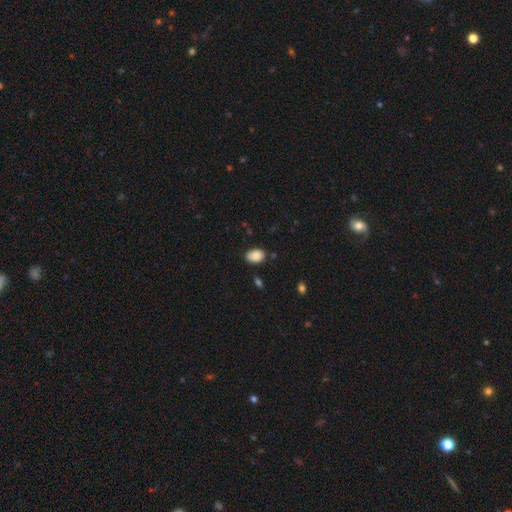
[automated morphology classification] Q: Smooth or featured?
A: smooth (87%); runner-up: star or artifact (8%)
Q: How rounded?
A: in between (83%); runner-up: round (16%)
Q: Merging?
A: none (79%); runner-up: minor disturbance (16%)